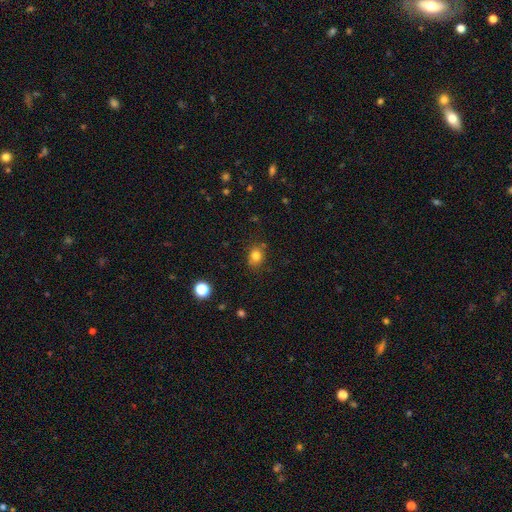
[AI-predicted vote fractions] Smooth or featured? smooth (80%)
How rounded? round (61%)
Merging? none (77%)